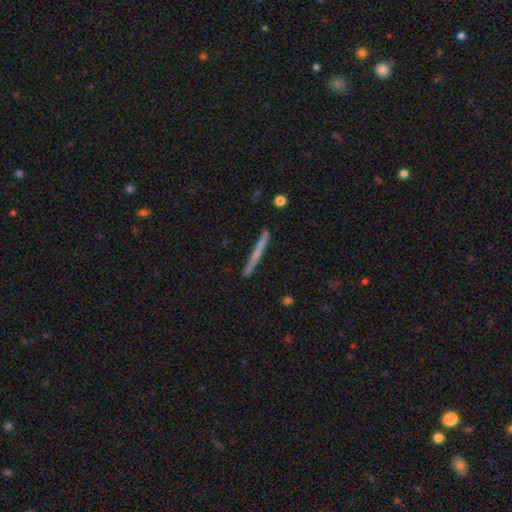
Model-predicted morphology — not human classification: smooth_or_featured: smooth (p=0.49) [alt: featured or disk p=0.45]
merging: none (p=0.88) [alt: minor disturbance p=0.08]